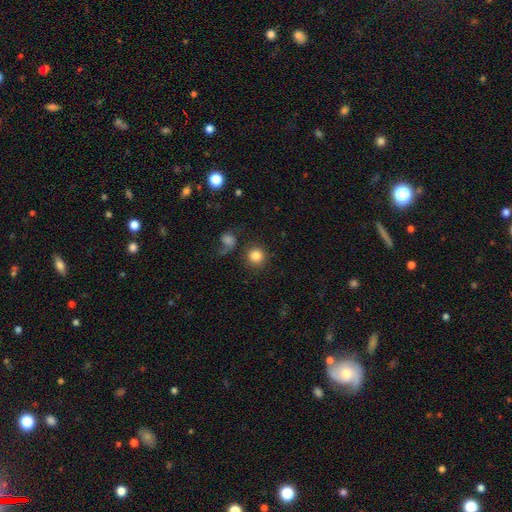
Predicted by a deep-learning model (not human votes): smooth 84%, star or artifact 9%, featured or disk 6%. Down the decision tree: how rounded — round (93%); merging — none (80%).